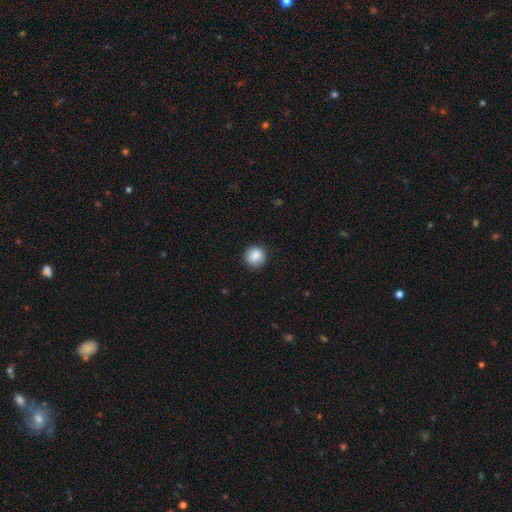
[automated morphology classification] This is clearly a smooth galaxy (86%). How rounded: clearly round (92%). Merging: clearly none (88%).